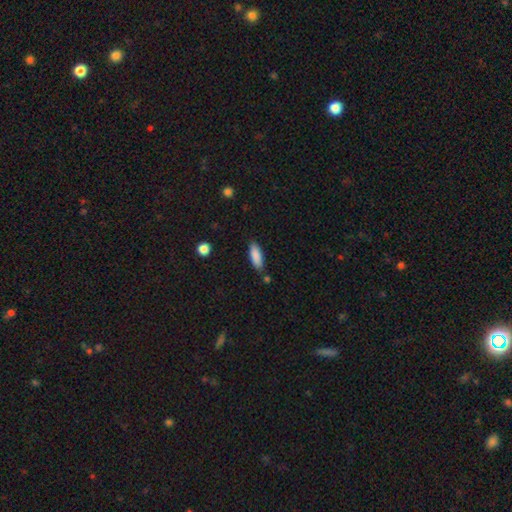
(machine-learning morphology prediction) The model was most divided on "how rounded": in between: 58%, cigar-shaped: 40%, round: 2%. More confident: smooth or featured — smooth (87%); merging — none (80%).